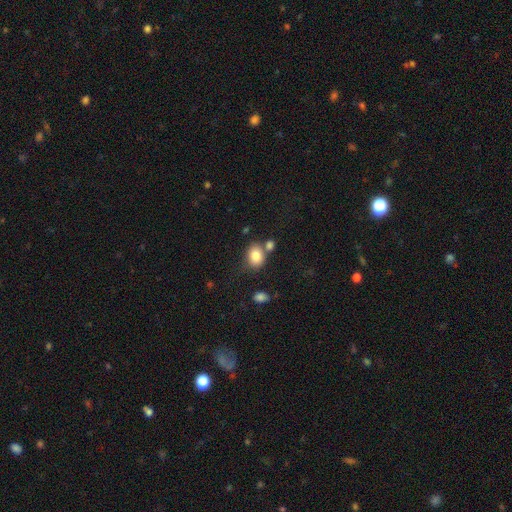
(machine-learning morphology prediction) Smooth or featured?
  - smooth: 81% *
  - star or artifact: 9%
  - featured or disk: 9%
How rounded?
  - in between: 55% *
  - round: 44%
  - cigar-shaped: 1%
Merging?
  - none: 59% *
  - merger: 21%
  - minor disturbance: 15%
  - major disturbance: 5%